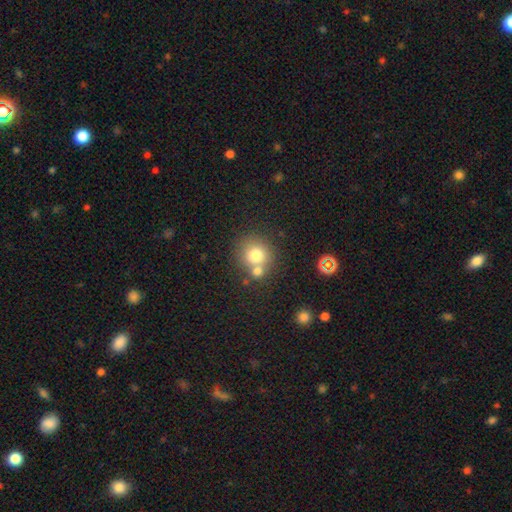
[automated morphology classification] type=smooth (75%); roundness=round (88%); merging=none (55%).